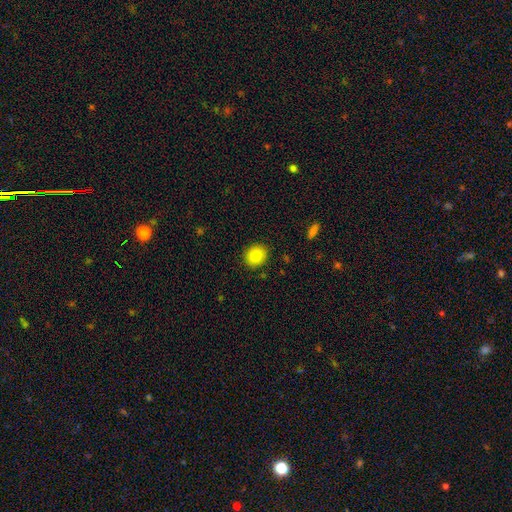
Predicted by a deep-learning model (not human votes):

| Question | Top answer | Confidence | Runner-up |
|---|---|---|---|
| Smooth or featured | smooth | 86% | star or artifact (9%) |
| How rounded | round | 74% | in between (25%) |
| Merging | none | 89% | minor disturbance (8%) |